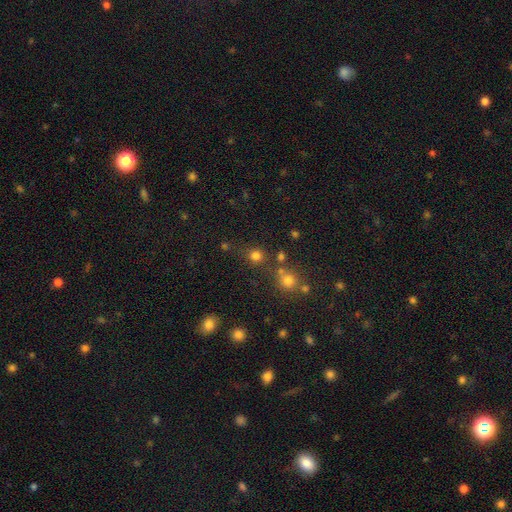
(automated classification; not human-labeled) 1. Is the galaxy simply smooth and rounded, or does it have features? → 77% smooth, 18% star or artifact, 6% featured or disk.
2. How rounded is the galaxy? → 90% round, 9% in between, 1% cigar-shaped.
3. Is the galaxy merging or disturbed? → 75% none, 10% merger, 10% minor disturbance, 5% major disturbance.